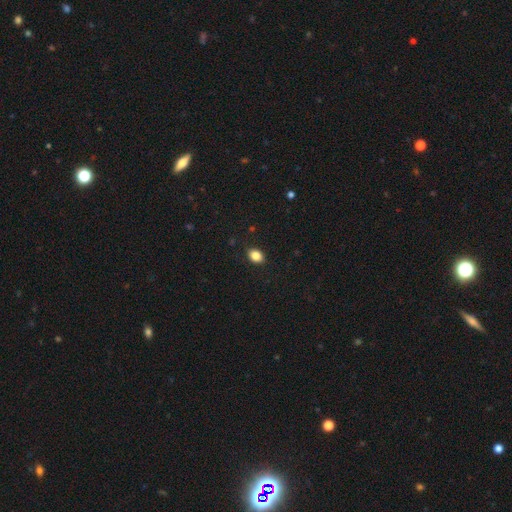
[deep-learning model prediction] smooth-or-featured: smooth: 85% | star or artifact: 10% | featured or disk: 5%
  how-rounded: in between: 70% | round: 28% | cigar-shaped: 1%
  merging: none: 88% | minor disturbance: 9% | major disturbance: 2% | merger: 1%